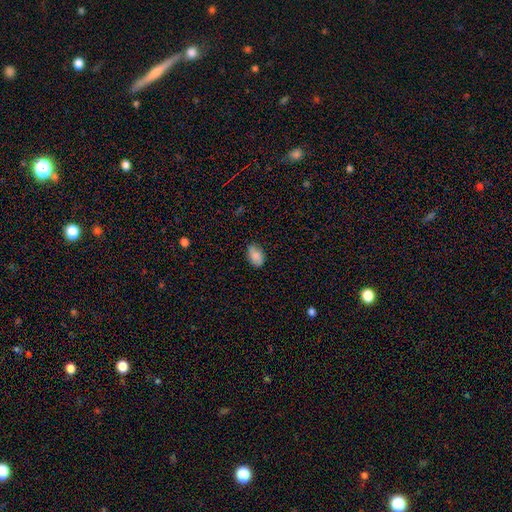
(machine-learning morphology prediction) Smooth or featured? Predicted: smooth (p=0.85). How rounded? Predicted: in between (p=0.89). Merging? Predicted: none (p=0.77).